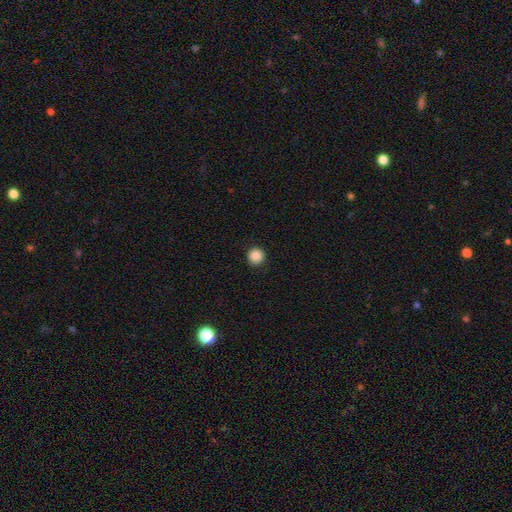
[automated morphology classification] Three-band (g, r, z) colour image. It shows a smooth galaxy with no disk features (87%) that is round (95%). Merging: none (92%).